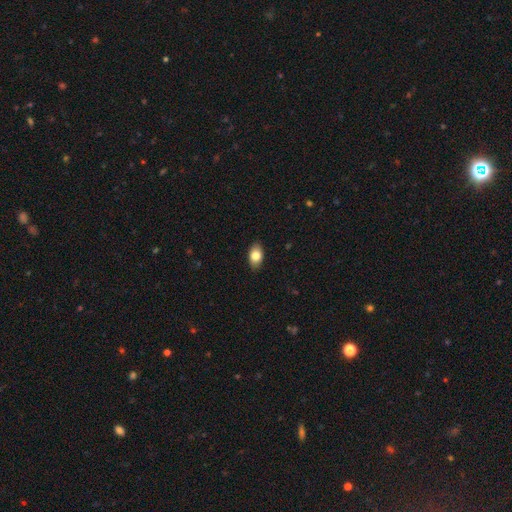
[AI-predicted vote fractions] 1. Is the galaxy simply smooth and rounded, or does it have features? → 81% smooth, 11% featured or disk, 7% star or artifact.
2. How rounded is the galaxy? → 90% in between, 8% round, 2% cigar-shaped.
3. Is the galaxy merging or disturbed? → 88% none, 9% minor disturbance, 2% major disturbance, 1% merger.